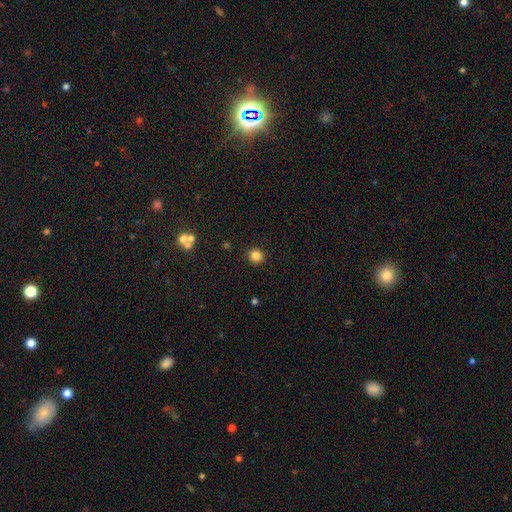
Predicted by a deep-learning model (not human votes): Q: Smooth or featured?
A: smooth (83%); runner-up: star or artifact (12%)
Q: How rounded?
A: round (93%); runner-up: in between (6%)
Q: Merging?
A: none (91%); runner-up: minor disturbance (5%)